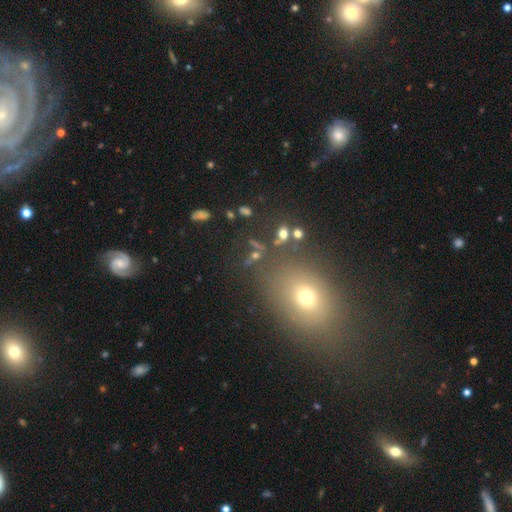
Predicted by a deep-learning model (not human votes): This is marginally a smooth galaxy (45%). Merging: likely none (70%).